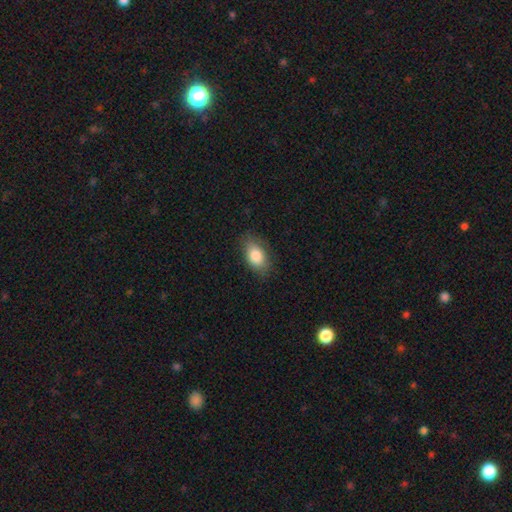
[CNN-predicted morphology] Smooth or featured: smooth — 84% (featured or disk — 9%)
How rounded: in between — 89% (round — 8%)
Merging: none — 80% (minor disturbance — 16%)